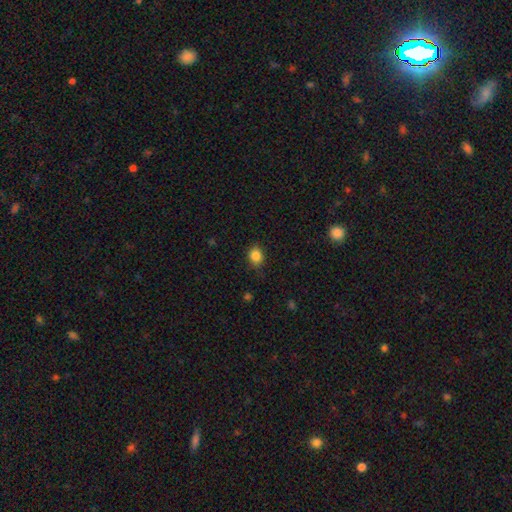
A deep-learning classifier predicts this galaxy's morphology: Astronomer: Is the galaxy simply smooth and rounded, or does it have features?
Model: smooth — 85%.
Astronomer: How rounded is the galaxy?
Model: round — 55% (runner-up: in between, 44%).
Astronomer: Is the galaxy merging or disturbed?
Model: none — 82%.